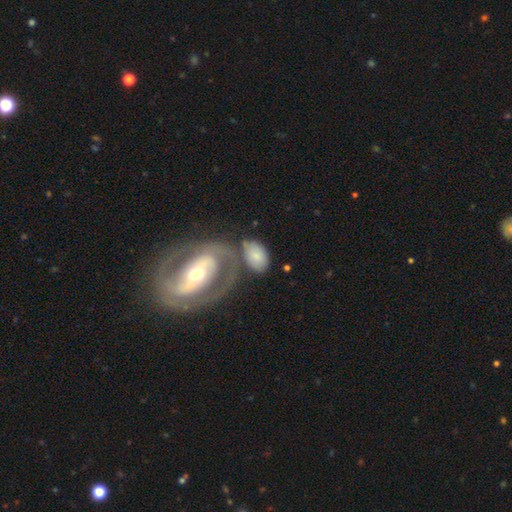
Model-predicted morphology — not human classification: Smooth or featured: smooth — 68% (featured or disk — 25%)
How rounded: in between — 88% (round — 11%)
Merging: none — 42% (merger — 29%)